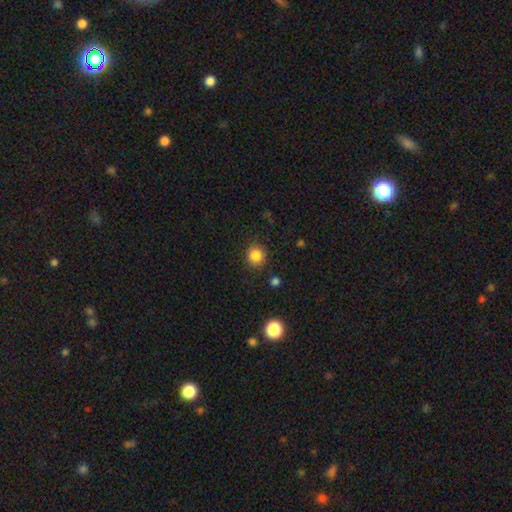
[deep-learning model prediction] Overall: smooth (84%). How rounded: round (90%). Merging: none (87%).